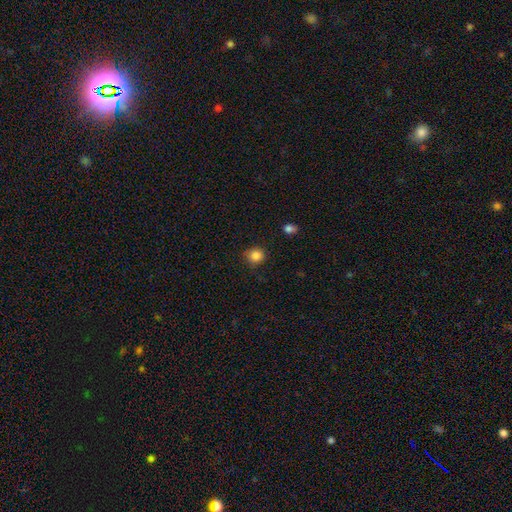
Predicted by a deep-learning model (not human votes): smooth 85%, star or artifact 11%, featured or disk 4%. Down the decision tree: how rounded — round (85%); merging — none (84%).